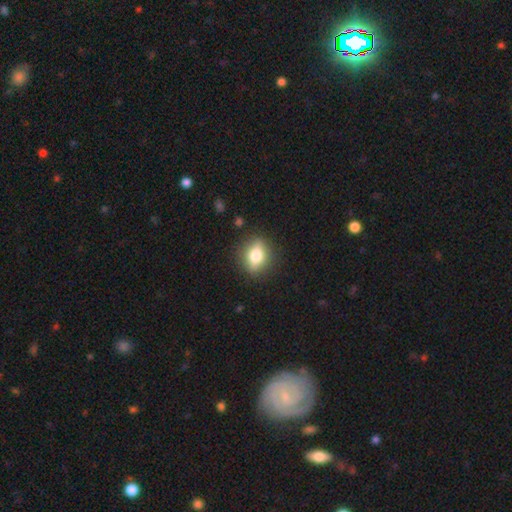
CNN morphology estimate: The model was most divided on "how rounded": in between: 52%, round: 43%, cigar-shaped: 5%. More confident: merging — none (85%); smooth or featured — smooth (65%).